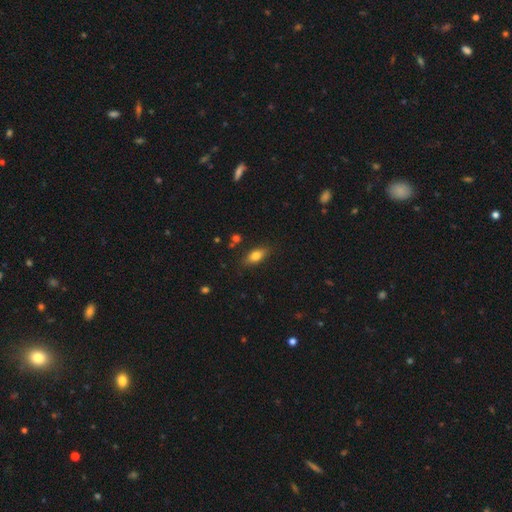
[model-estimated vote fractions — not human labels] Q: Smooth or featured?
A: smooth (76%); runner-up: featured or disk (15%)
Q: How rounded?
A: in between (80%); runner-up: cigar-shaped (14%)
Q: Merging?
A: none (83%); runner-up: minor disturbance (12%)